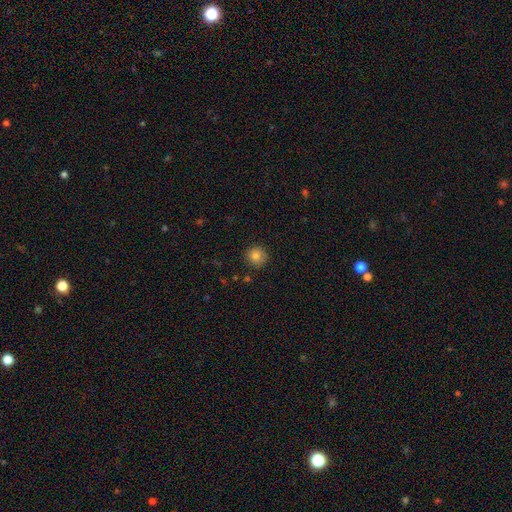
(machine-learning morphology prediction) Smooth or featured: smooth — 81% (star or artifact — 10%)
How rounded: round — 94% (in between — 5%)
Merging: none — 87% (minor disturbance — 10%)